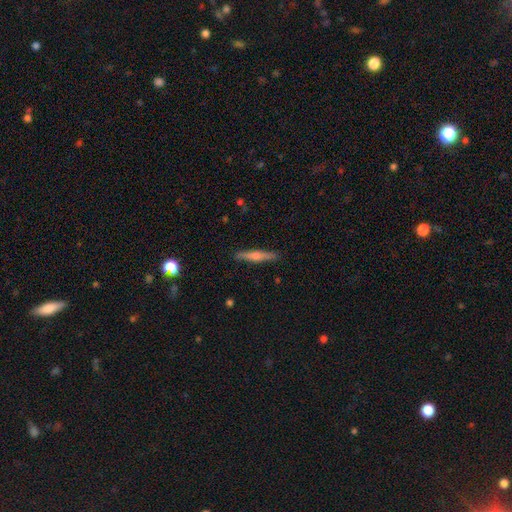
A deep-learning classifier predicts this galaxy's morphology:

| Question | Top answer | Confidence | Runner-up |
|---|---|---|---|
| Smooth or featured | featured or disk | 57% | smooth (35%) |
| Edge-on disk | yes | 96% | no (4%) |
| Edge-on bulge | rounded | 78% | none (16%) |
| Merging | none | 90% | minor disturbance (7%) |